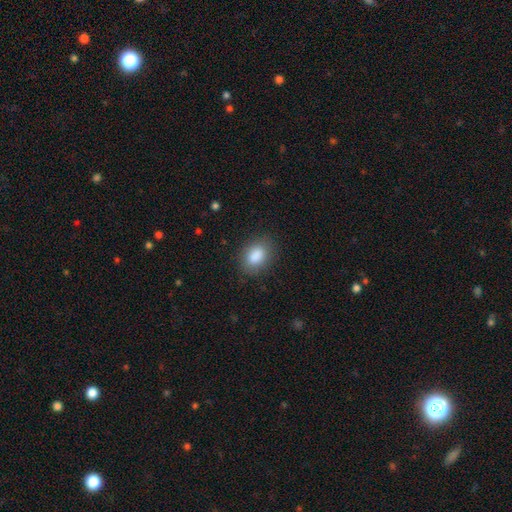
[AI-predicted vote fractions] Morphology: type=smooth (86%); roundness=in between (81%); merging=none (83%).